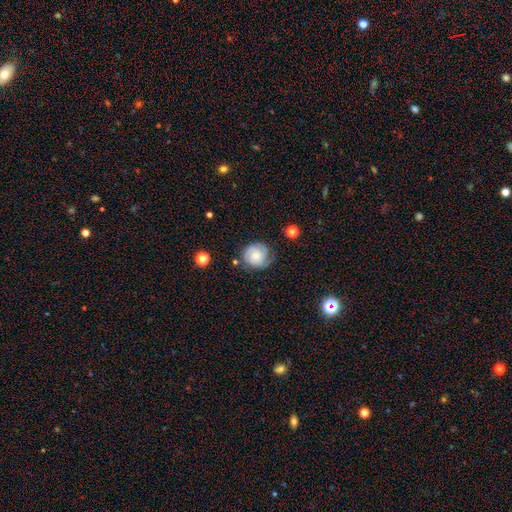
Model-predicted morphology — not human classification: smooth-or-featured: featured or disk: 66% | smooth: 26% | star or artifact: 8%
  disk-edge-on: no: 98% | yes: 2%
    bar: no: 75% | weak: 22% | strong: 3%
    has-spiral-arms: yes: 93% | no: 7%
      spiral-winding: tight: 64% | medium: 29% | loose: 7%
      spiral-arm-count: 2: 40% | 3: 24% | can't tell: 23% | 1: 7% | 4: 4% | more than 4: 3%
    bulge-size: small: 51% | moderate: 36% | none: 7% | large: 5% | dominant: 2%
  merging: none: 66% | minor disturbance: 22% | major disturbance: 9% | merger: 3%